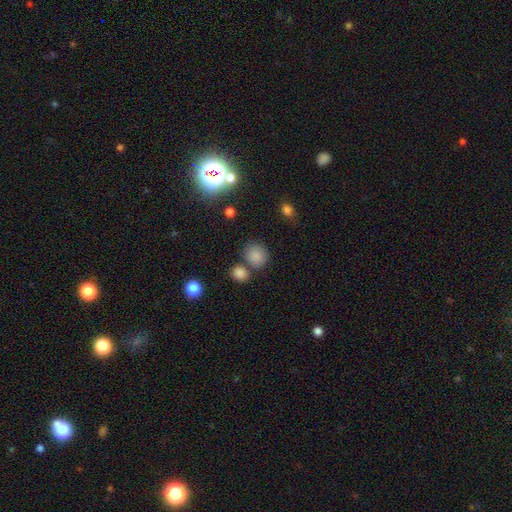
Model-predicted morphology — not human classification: A smooth galaxy with no disk features (83%) that is round (79%).

Vote fractions:
- Smooth or featured? smooth: 83% / star or artifact: 12% / featured or disk: 5%
- How rounded? round: 79% / in between: 20% / cigar-shaped: 1%
- Merging? none: 69% / merger: 16% / minor disturbance: 11% / major disturbance: 4%